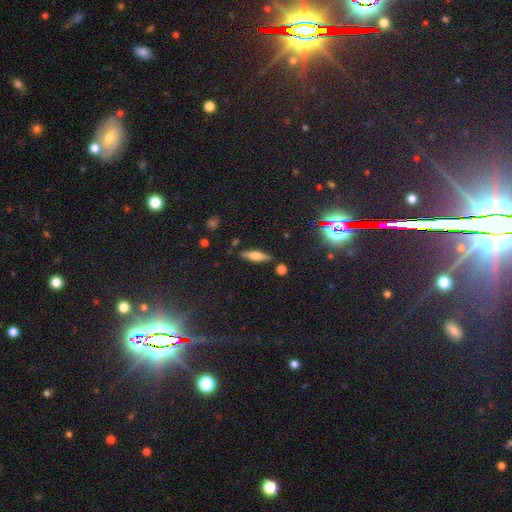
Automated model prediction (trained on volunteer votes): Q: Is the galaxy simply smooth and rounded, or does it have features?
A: featured or disk — 46%.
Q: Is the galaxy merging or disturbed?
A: none — 83%.